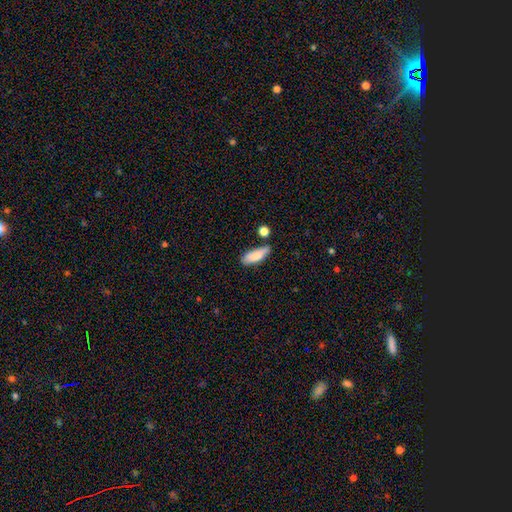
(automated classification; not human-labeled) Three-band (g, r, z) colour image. It shows a smooth galaxy with no disk features (83%) that is in between round and cigar-shaped (63%). Merging: none (58%).